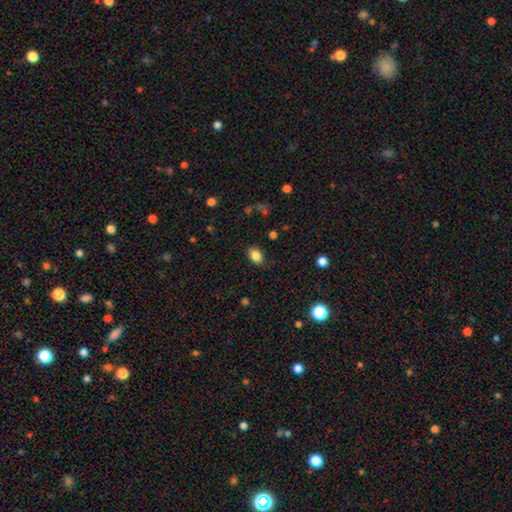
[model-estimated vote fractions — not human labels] A smooth galaxy with no disk features (85%) that is in between round and cigar-shaped (80%).

Vote fractions:
- Smooth or featured? smooth: 85% / star or artifact: 9% / featured or disk: 6%
- How rounded? in between: 80% / round: 19% / cigar-shaped: 1%
- Merging? none: 83% / minor disturbance: 13% / major disturbance: 3% / merger: 1%